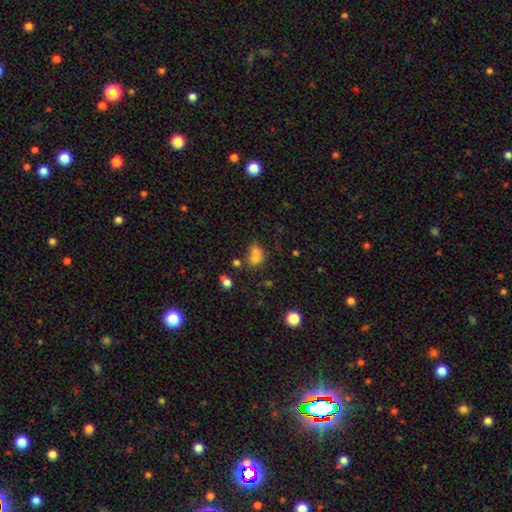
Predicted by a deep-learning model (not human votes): Smooth or featured? Predicted: smooth (p=0.69). How rounded? Predicted: round (p=0.54). Merging? Predicted: merger (p=0.59).